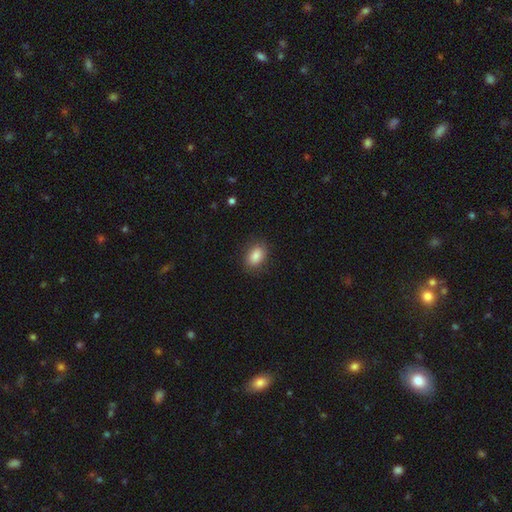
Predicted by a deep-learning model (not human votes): Smooth or featured? smooth (85%)
How rounded? in between (82%)
Merging? none (83%)